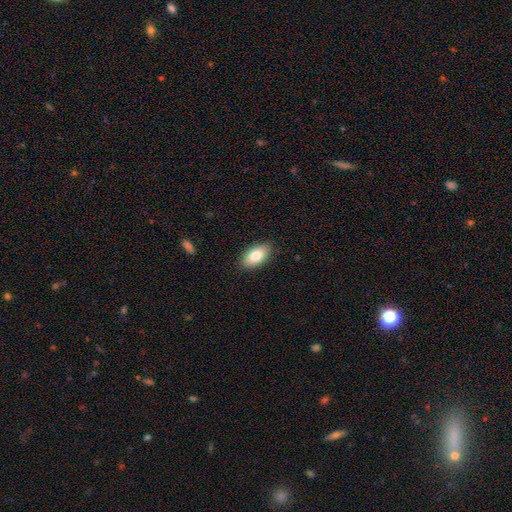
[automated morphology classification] Smooth or featured? smooth (81%)
How rounded? in between (92%)
Merging? none (87%)